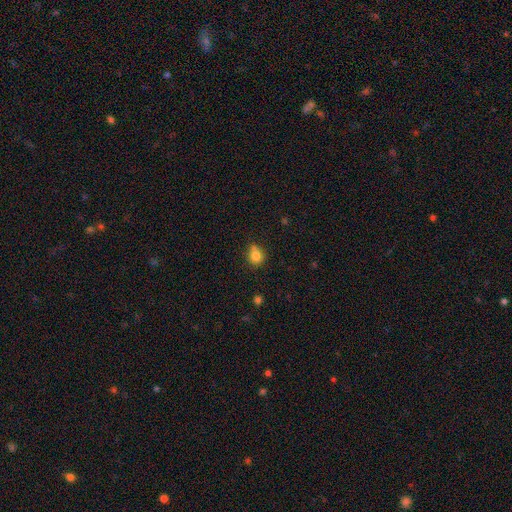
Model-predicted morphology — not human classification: A smooth galaxy with no disk features (80%) that is round (83%).

Vote fractions:
- Smooth or featured? smooth: 80% / star or artifact: 12% / featured or disk: 8%
- How rounded? round: 83% / in between: 16% / cigar-shaped: 1%
- Merging? none: 59% / merger: 19% / minor disturbance: 18% / major disturbance: 5%